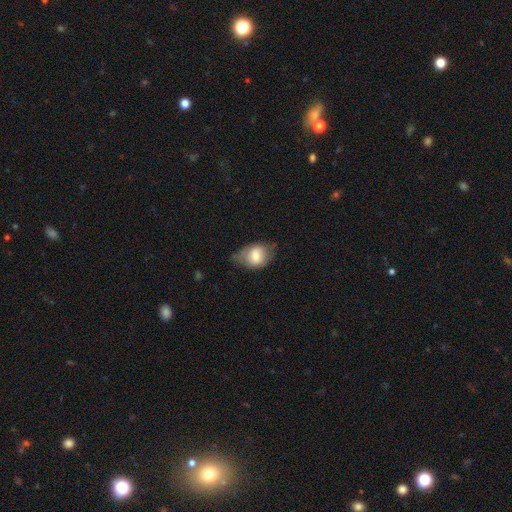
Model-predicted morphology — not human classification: Smooth or featured?
  - smooth: 66% *
  - featured or disk: 27%
  - star or artifact: 7%
How rounded?
  - in between: 72% *
  - round: 27%
  - cigar-shaped: 1%
Merging?
  - none: 54% *
  - minor disturbance: 32%
  - major disturbance: 12%
  - merger: 2%